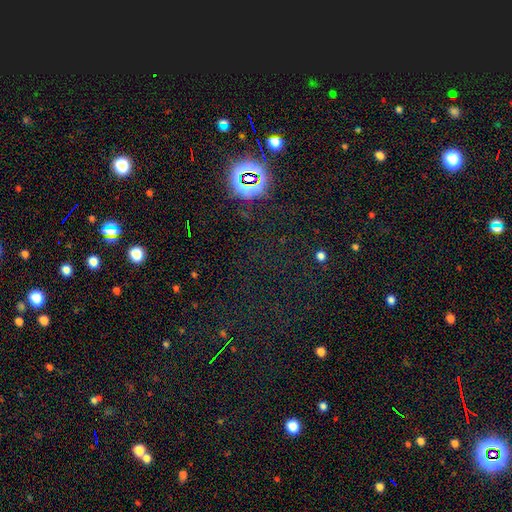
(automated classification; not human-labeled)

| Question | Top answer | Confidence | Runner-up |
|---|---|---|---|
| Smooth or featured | star or artifact | 76% | smooth (15%) |